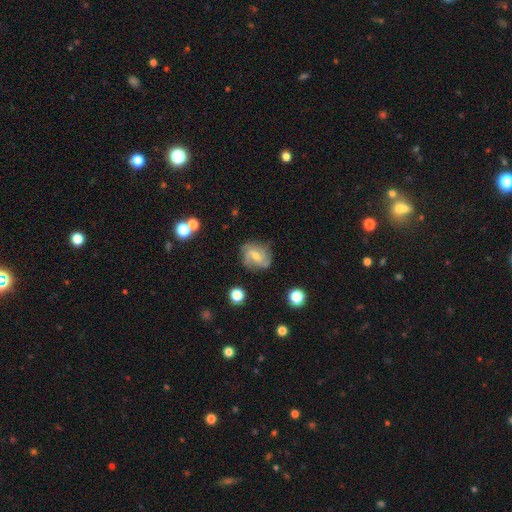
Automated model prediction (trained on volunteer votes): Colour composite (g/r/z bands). It shows a featured or disk galaxy (72%) with a weak bar (48%), 2 (44%) medium (44%) spiral arms (92%) and a moderate central bulge (48%). Merging: none (75%).